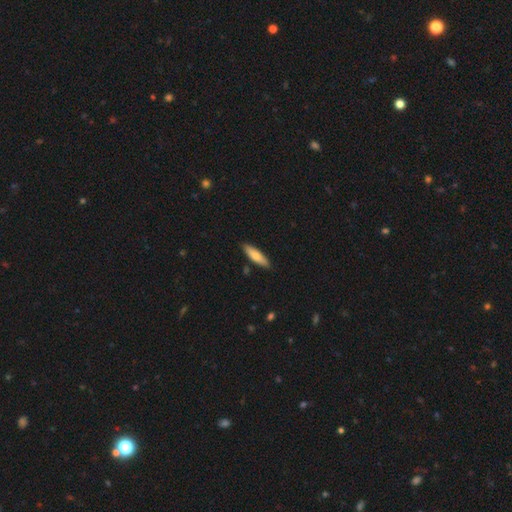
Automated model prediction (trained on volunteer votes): Q: Smooth or featured?
A: smooth (72%); runner-up: featured or disk (23%)
Q: How rounded?
A: cigar-shaped (66%); runner-up: in between (32%)
Q: Merging?
A: none (88%); runner-up: minor disturbance (9%)